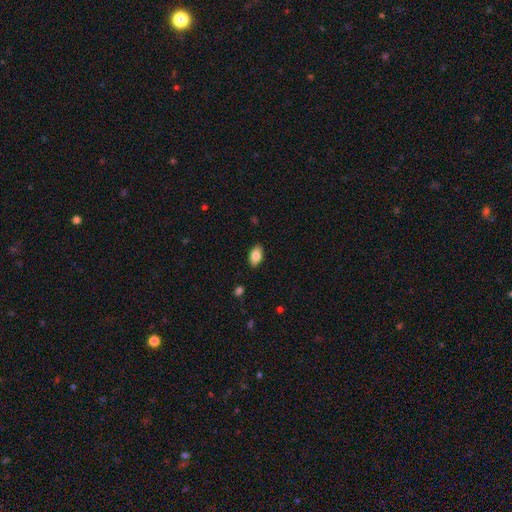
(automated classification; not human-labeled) smooth_or_featured: smooth (p=0.84) [alt: featured or disk p=0.09]
how_rounded: in between (p=0.93) [alt: round p=0.04]
merging: none (p=0.87) [alt: minor disturbance p=0.10]